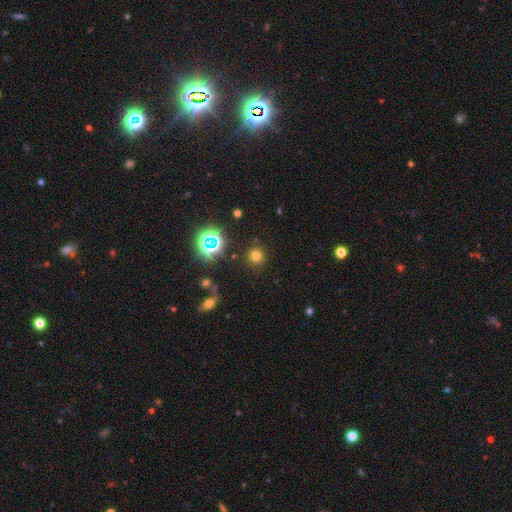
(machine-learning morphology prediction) smooth-or-featured: smooth: 69% | star or artifact: 24% | featured or disk: 7%
  how-rounded: round: 94% | in between: 5% | cigar-shaped: 1%
  merging: none: 88% | minor disturbance: 6% | major disturbance: 3% | merger: 2%